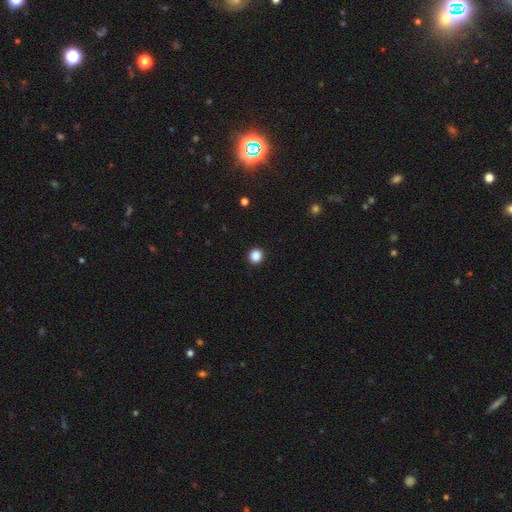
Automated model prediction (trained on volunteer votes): smooth_or_featured: smooth (p=0.87) [alt: star or artifact p=0.11]
how_rounded: round (p=0.91) [alt: in between p=0.08]
merging: none (p=0.92) [alt: minor disturbance p=0.05]